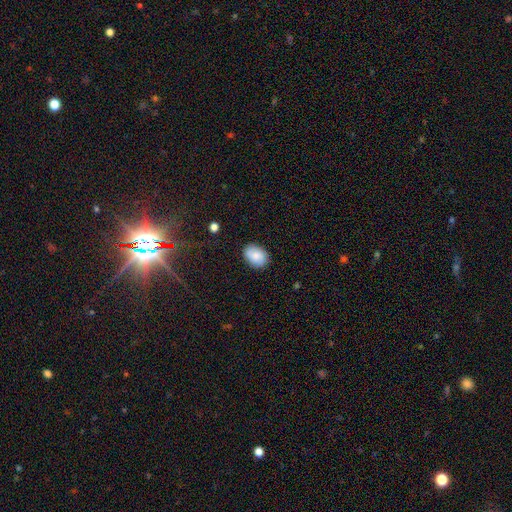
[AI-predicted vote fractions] Smooth or featured? smooth (79%)
How rounded? in between (79%)
Merging? none (83%)